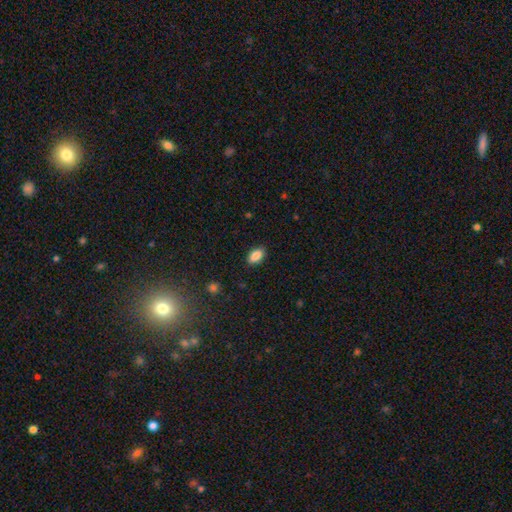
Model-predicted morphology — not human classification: This appears to be a smooth galaxy with no disk features (87%) that is in between round and cigar-shaped (92%). Merging: none (87%).